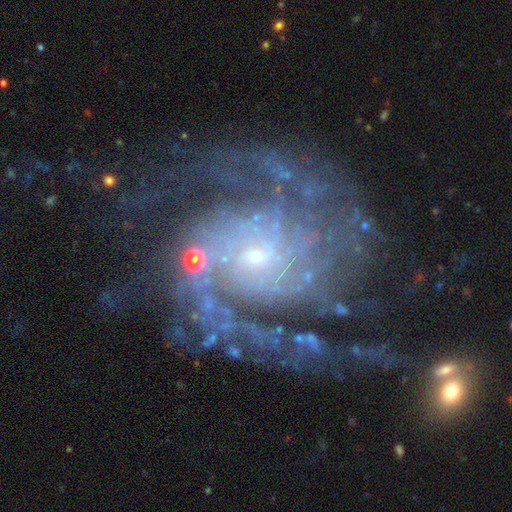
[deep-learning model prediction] Smooth or featured? Predicted: featured or disk (p=0.90). Edge-on disk? Predicted: no (p=0.98). Bar? Predicted: no (p=0.59). Spiral arms? Predicted: yes (p=0.97). Spiral winding? Predicted: tight (p=0.46). Spiral arm count? Predicted: 2 (p=0.32). Bulge size? Predicted: small (p=0.75). Merging? Predicted: none (p=0.64).